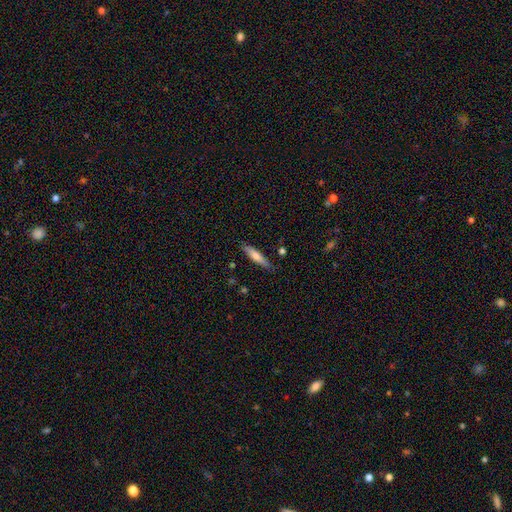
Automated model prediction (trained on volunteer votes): Smooth or featured: smooth — 65% (featured or disk — 29%)
How rounded: cigar-shaped — 83% (in between — 15%)
Merging: none — 83% (minor disturbance — 13%)